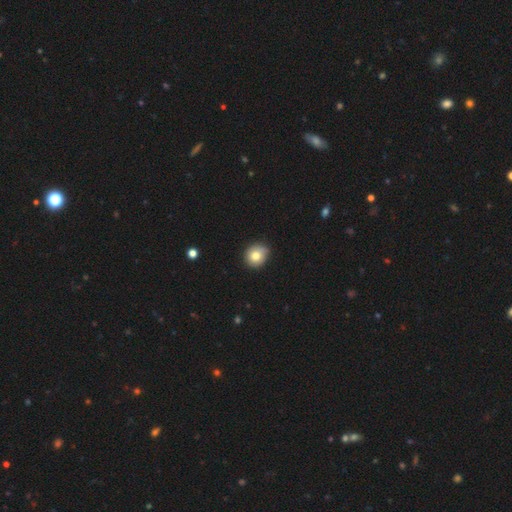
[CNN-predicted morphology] smooth 79%, featured or disk 12%, star or artifact 10%. Down the decision tree: how rounded — round (80%); merging — none (77%).